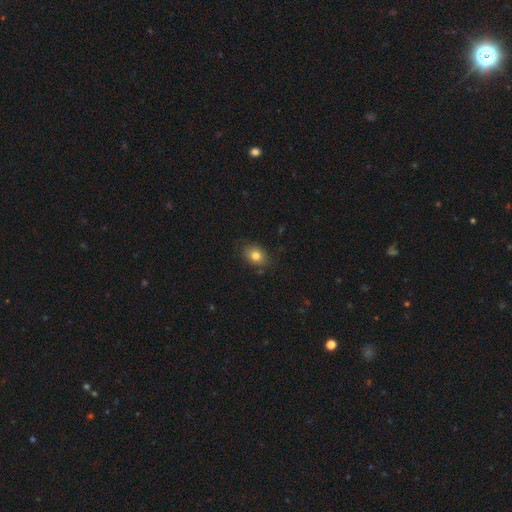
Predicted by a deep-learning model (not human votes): smooth-or-featured: smooth: 81% | star or artifact: 10% | featured or disk: 9%
  how-rounded: in between: 57% | round: 42% | cigar-shaped: 1%
  merging: none: 82% | minor disturbance: 14% | major disturbance: 3% | merger: 1%